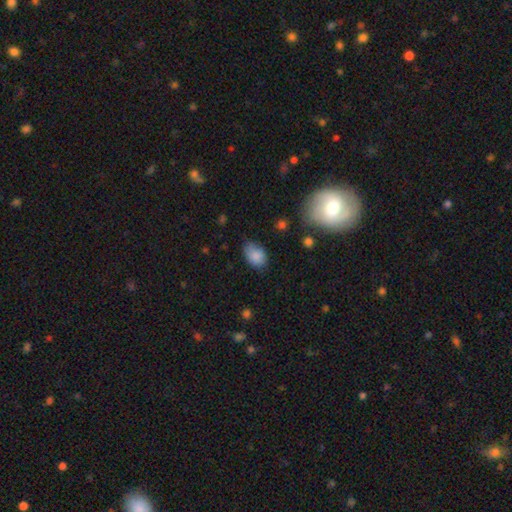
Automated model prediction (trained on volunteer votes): This appears to be a smooth galaxy with no disk features (83%) that is in between round and cigar-shaped (81%). Merging: none (58%).